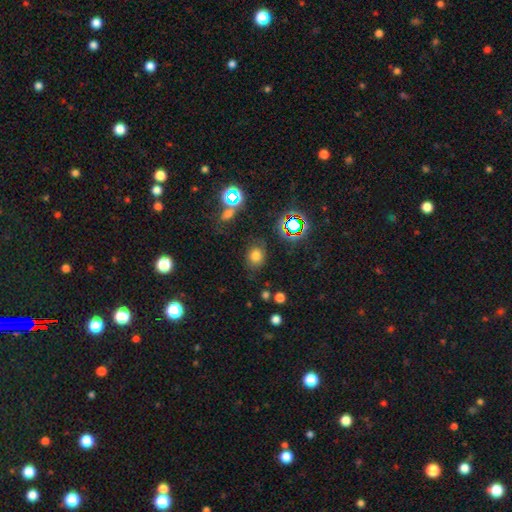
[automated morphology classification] Q: Smooth or featured?
A: smooth (65%); runner-up: star or artifact (23%)
Q: How rounded?
A: round (57%); runner-up: in between (41%)
Q: Merging?
A: none (74%); runner-up: minor disturbance (15%)